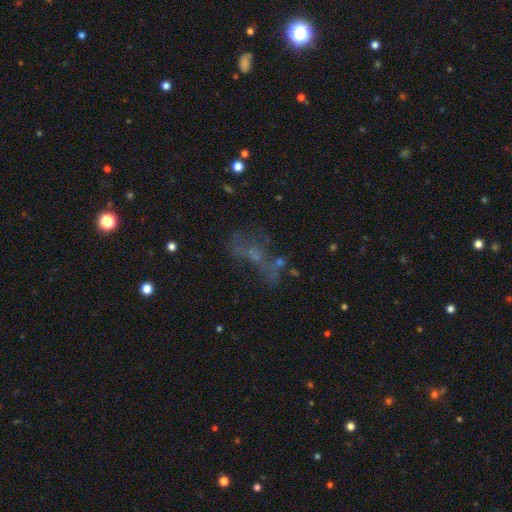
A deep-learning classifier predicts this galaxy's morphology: Q: Smooth or featured?
A: star or artifact (37%); runner-up: featured or disk (34%)